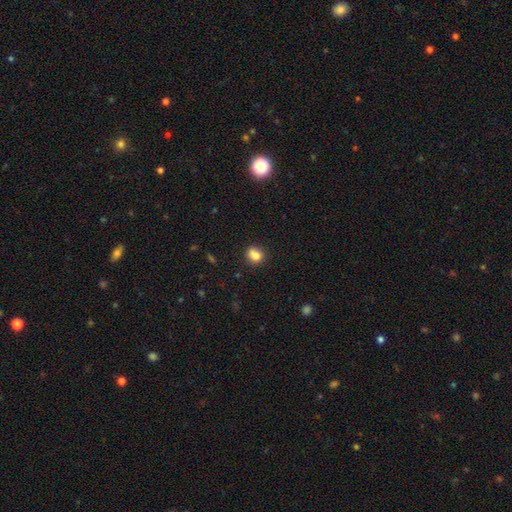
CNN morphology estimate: smooth 77%, featured or disk 11%, star or artifact 11%. Down the decision tree: how rounded — round (76%); merging — none (61%).